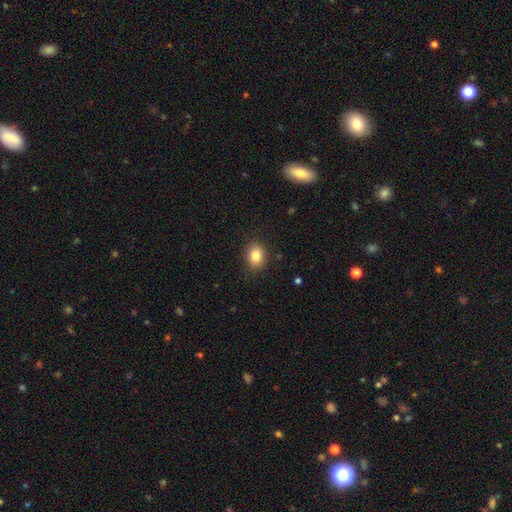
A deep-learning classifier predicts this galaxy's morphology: Q: Smooth or featured?
A: smooth (84%); runner-up: star or artifact (10%)
Q: How rounded?
A: in between (54%); runner-up: round (45%)
Q: Merging?
A: none (86%); runner-up: minor disturbance (10%)